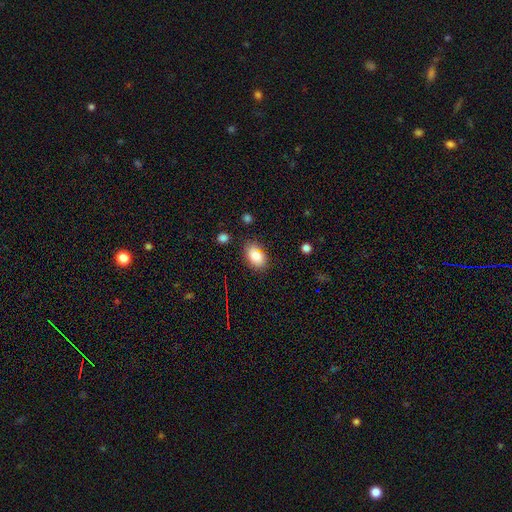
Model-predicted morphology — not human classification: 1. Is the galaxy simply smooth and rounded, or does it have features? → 84% smooth, 9% star or artifact, 7% featured or disk.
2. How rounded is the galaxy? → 86% in between, 13% round, 1% cigar-shaped.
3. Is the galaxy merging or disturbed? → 79% none, 15% minor disturbance, 3% major disturbance, 3% merger.